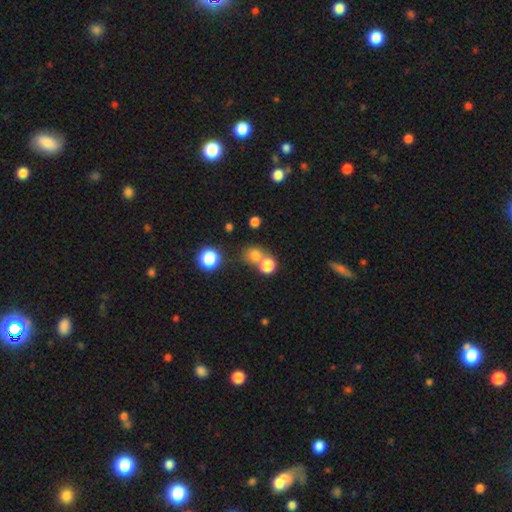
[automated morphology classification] smooth-or-featured: smooth: 75% | star or artifact: 17% | featured or disk: 8%
  how-rounded: round: 78% | in between: 21% | cigar-shaped: 1%
  merging: none: 52% | merger: 36% | minor disturbance: 8% | major disturbance: 4%